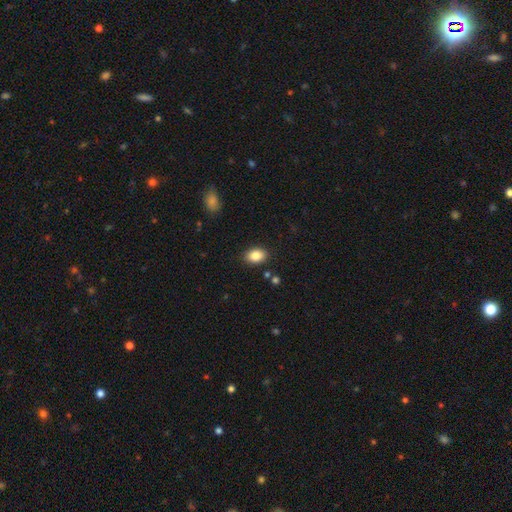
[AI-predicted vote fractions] smooth 86%, star or artifact 8%, featured or disk 6%. Down the decision tree: how rounded — in between (83%); merging — none (87%).